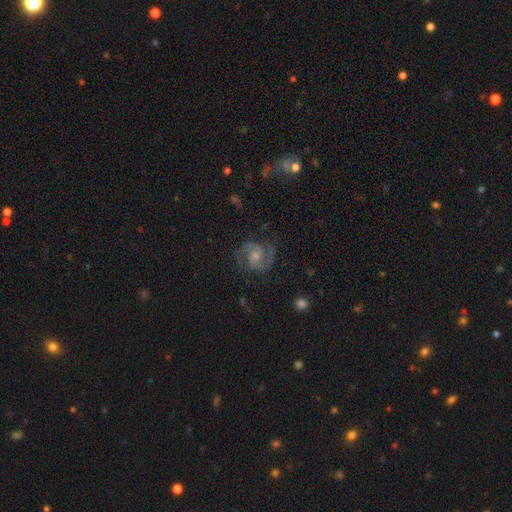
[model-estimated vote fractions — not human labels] This appears to be a featured or disk galaxy (86%) with no bar (57%), 2 (87%) medium (52%) spiral arms (98%) and a moderate central bulge (47%). Merging: none (80%).